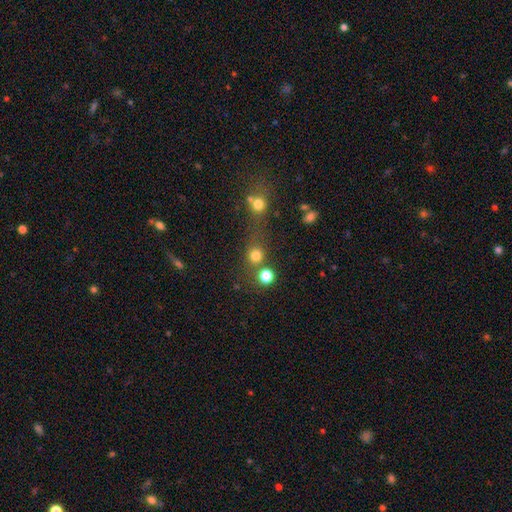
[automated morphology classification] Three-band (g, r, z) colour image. It shows a smooth galaxy with no disk features (77%) that is round (89%). Merging: none (60%).